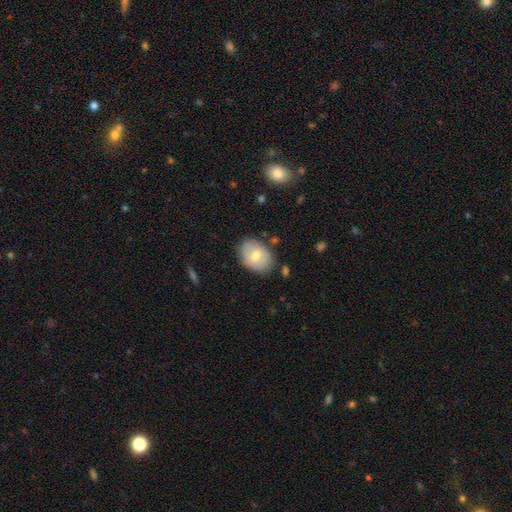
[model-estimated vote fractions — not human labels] smooth_or_featured: smooth (p=0.67) [alt: featured or disk p=0.26]
how_rounded: in between (p=0.69) [alt: round p=0.30]
merging: none (p=0.81) [alt: minor disturbance p=0.13]